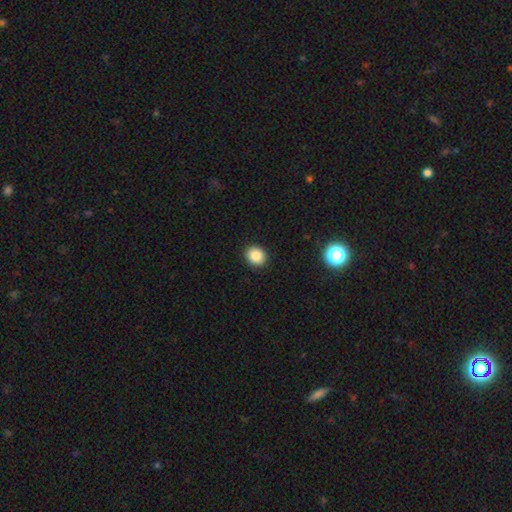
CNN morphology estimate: smooth 86%, star or artifact 10%, featured or disk 4%. Down the decision tree: how rounded — round (69%); merging — none (91%).